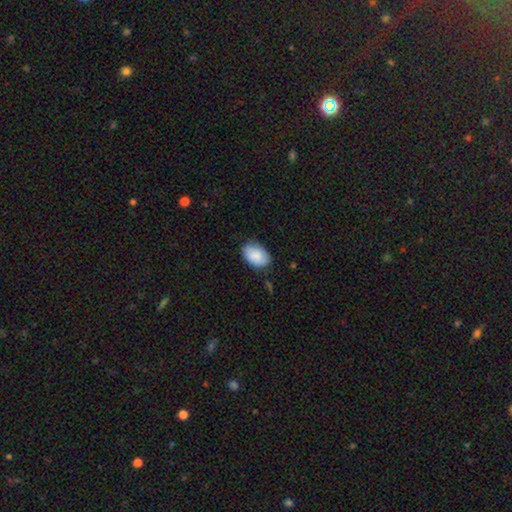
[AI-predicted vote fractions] This is clearly a smooth galaxy (88%). How rounded: clearly in between (89%). Merging: likely none (79%).